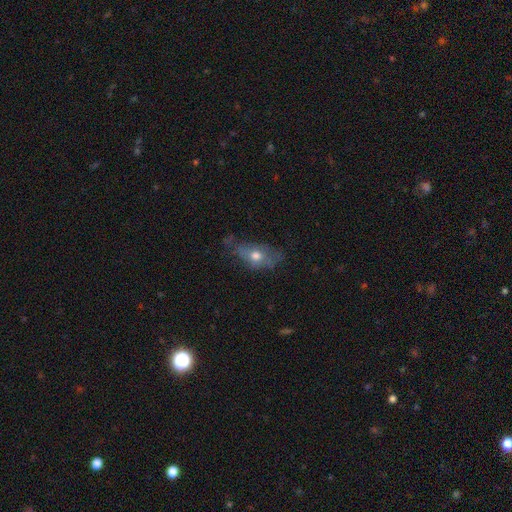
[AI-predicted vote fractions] smooth-or-featured: smooth: 51% | featured or disk: 39% | star or artifact: 10%
  how-rounded: in between: 79% | round: 11% | cigar-shaped: 10%
  merging: none: 47% | minor disturbance: 34% | major disturbance: 17% | merger: 3%